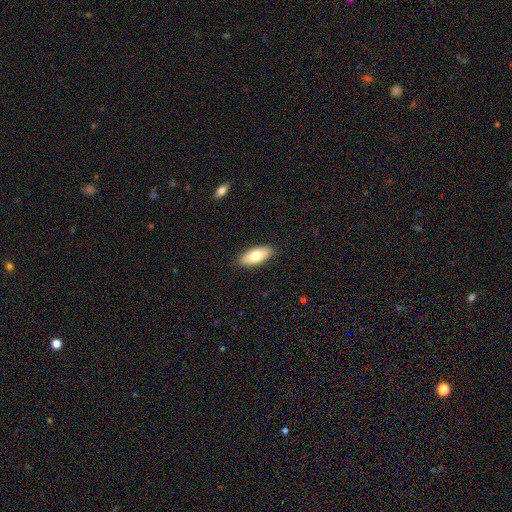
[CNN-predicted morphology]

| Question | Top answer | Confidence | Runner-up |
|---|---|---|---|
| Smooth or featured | smooth | 74% | featured or disk (20%) |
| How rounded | in between | 84% | cigar-shaped (13%) |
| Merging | none | 89% | minor disturbance (8%) |